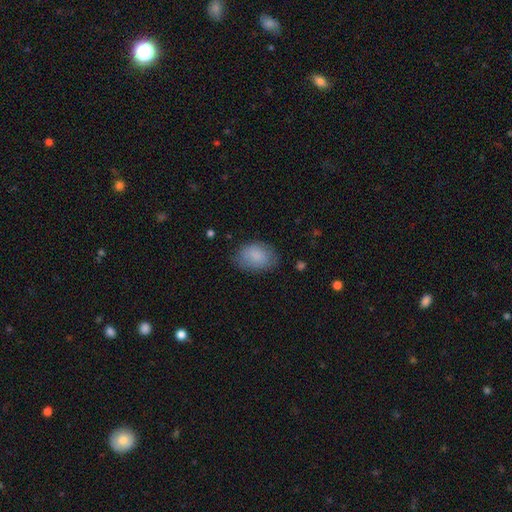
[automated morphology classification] smooth_or_featured: smooth (p=0.87) [alt: featured or disk p=0.07]
how_rounded: in between (p=0.84) [alt: round p=0.15]
merging: none (p=0.74) [alt: minor disturbance p=0.19]